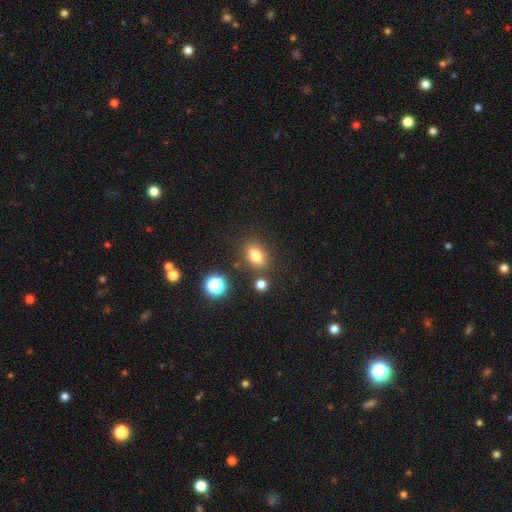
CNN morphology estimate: This is likely a smooth galaxy (78%). How rounded: likely in between (73%). Merging: likely none (79%).